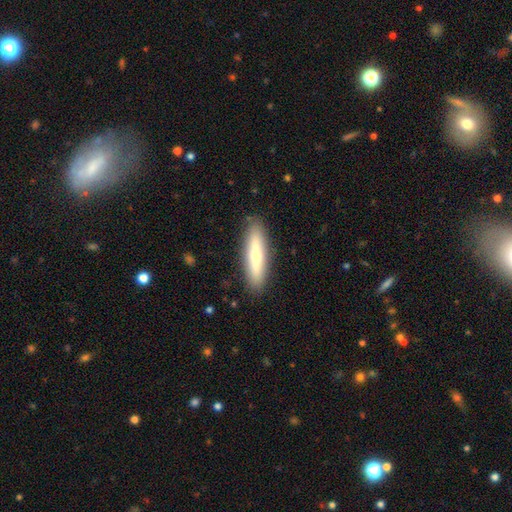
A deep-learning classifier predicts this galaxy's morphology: Smooth or featured: smooth — 59% (featured or disk — 35%)
How rounded: cigar-shaped — 74% (in between — 25%)
Merging: none — 90% (minor disturbance — 7%)